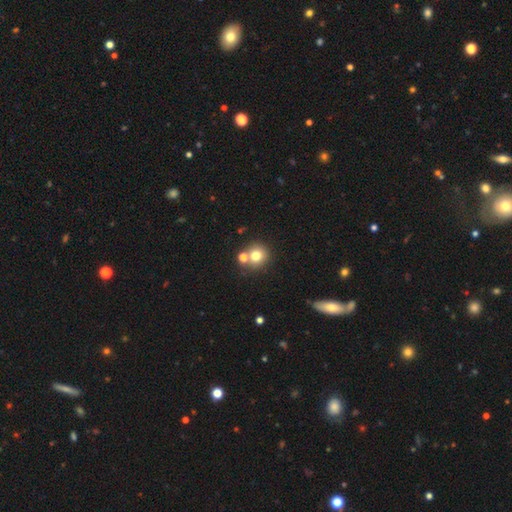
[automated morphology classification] smooth-or-featured: smooth: 75% | star or artifact: 14% | featured or disk: 11%
  how-rounded: round: 90% | in between: 9% | cigar-shaped: 1%
  merging: none: 66% | merger: 23% | minor disturbance: 8% | major disturbance: 3%